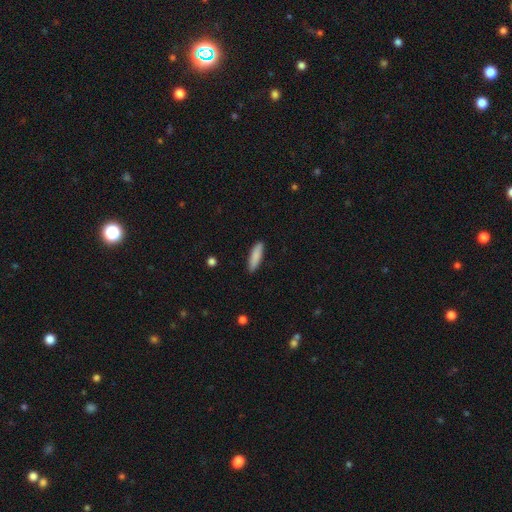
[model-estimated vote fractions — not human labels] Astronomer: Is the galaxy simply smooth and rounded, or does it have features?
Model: smooth — 86%.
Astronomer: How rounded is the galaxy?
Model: cigar-shaped — 66%.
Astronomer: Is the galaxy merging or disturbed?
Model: none — 88%.